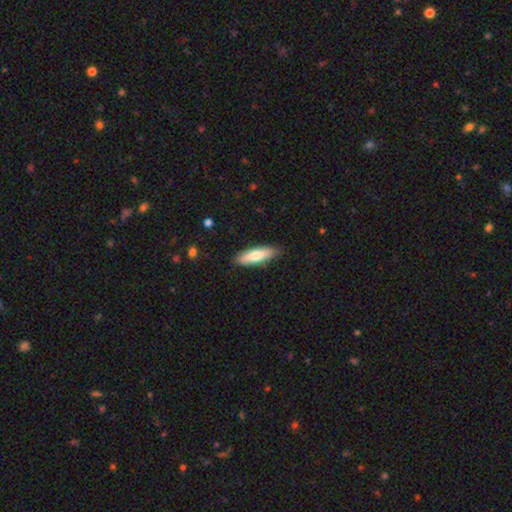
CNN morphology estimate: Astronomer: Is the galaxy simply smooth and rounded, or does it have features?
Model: smooth — 74%.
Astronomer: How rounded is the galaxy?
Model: cigar-shaped — 56% (runner-up: in between, 43%).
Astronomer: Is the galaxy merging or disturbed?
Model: none — 86%.